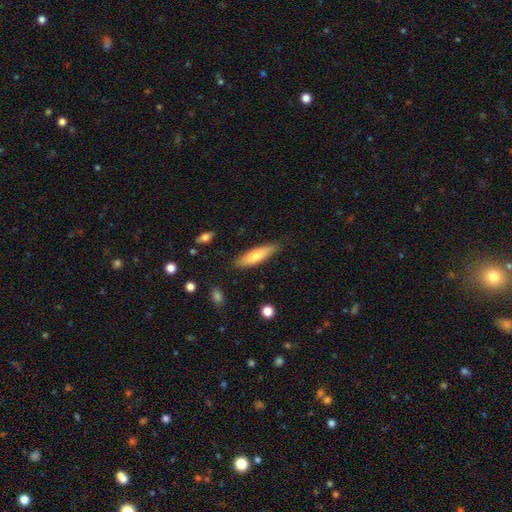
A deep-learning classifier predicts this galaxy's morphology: smooth_or_featured: smooth (p=0.69) [alt: featured or disk p=0.25]
how_rounded: cigar-shaped (p=0.70) [alt: in between p=0.28]
merging: none (p=0.84) [alt: minor disturbance p=0.12]